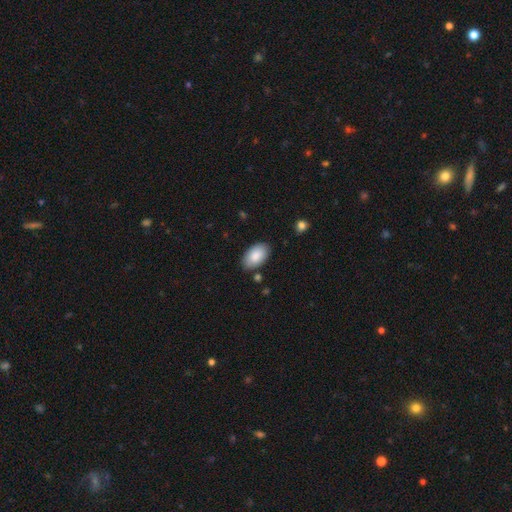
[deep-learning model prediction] A smooth galaxy with no disk features (87%) that is in between round and cigar-shaped (95%). Merging: none (84%).